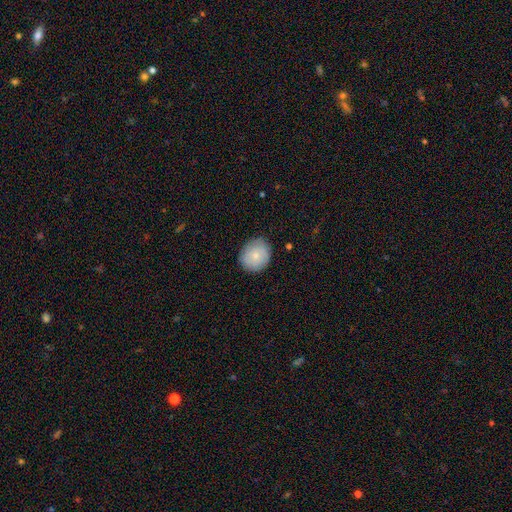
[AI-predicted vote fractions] Q: Smooth or featured?
A: smooth (76%); runner-up: featured or disk (17%)
Q: How rounded?
A: round (77%); runner-up: in between (22%)
Q: Merging?
A: none (81%); runner-up: minor disturbance (15%)